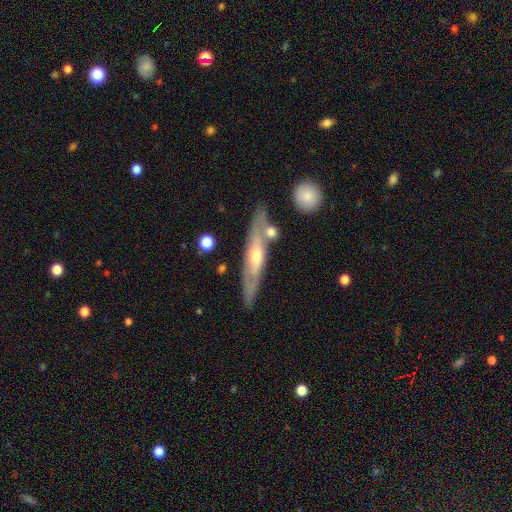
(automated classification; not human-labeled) smooth-or-featured: featured or disk: 69% | smooth: 26% | star or artifact: 5%
  disk-edge-on: yes: 69% | no: 31%
  merging: none: 74% | minor disturbance: 14% | merger: 9% | major disturbance: 3%